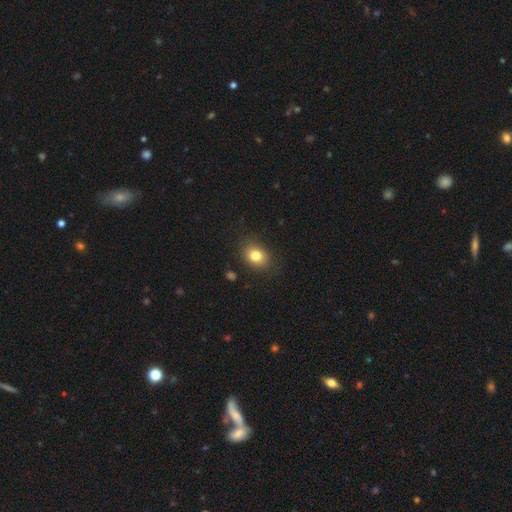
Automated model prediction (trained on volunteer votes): smooth 80%, star or artifact 11%, featured or disk 9%. Down the decision tree: how rounded — in between (55%); merging — none (84%).